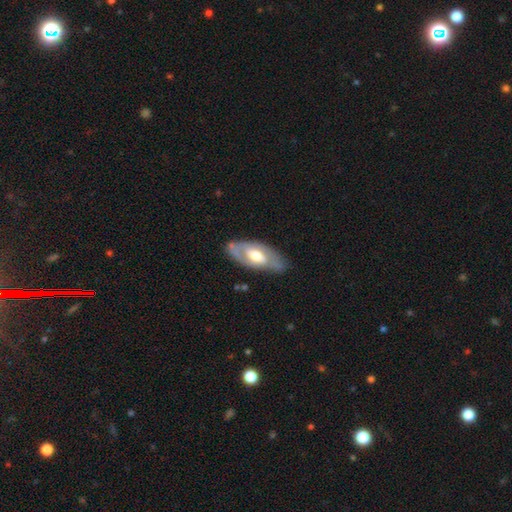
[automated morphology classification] smooth-or-featured: featured or disk: 63% | smooth: 32% | star or artifact: 5%
  disk-edge-on: no: 84% | yes: 16%
    bar: no: 49% | weak: 36% | strong: 15%
    has-spiral-arms: no: 50% (tied) | yes: 50% (tied)
    bulge-size: moderate: 64% | large: 23% | small: 11% | dominant: 1% | none: 1%
  merging: none: 72% | minor disturbance: 20% | major disturbance: 6% | merger: 2%